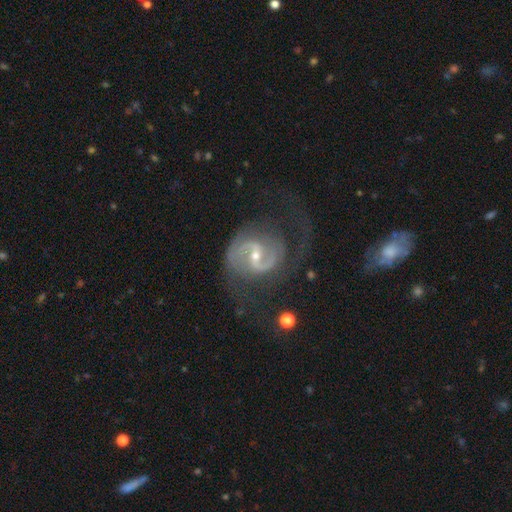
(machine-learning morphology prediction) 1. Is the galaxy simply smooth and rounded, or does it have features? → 91% featured or disk, 5% star or artifact, 4% smooth.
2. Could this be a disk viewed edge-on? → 98% no, 2% yes.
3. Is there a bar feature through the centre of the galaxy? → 47% weak, 35% strong, 18% no.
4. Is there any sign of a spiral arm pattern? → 97% yes, 3% no.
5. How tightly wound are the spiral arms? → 53% medium, 28% loose, 20% tight.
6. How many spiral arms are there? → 89% 2, 4% can't tell, 3% 1, 2% 3, 1% 4, 1% more than 4.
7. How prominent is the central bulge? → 57% small, 40% moderate, 1% large, 1% none, 1% dominant.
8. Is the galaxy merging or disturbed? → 54% none, 24% major disturbance, 20% minor disturbance, 2% merger.